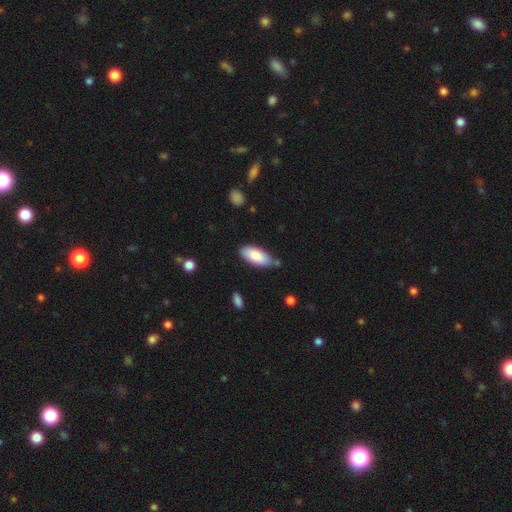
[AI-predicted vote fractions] Morphology: type=smooth (85%); roundness=in between (87%); merging=none (73%).